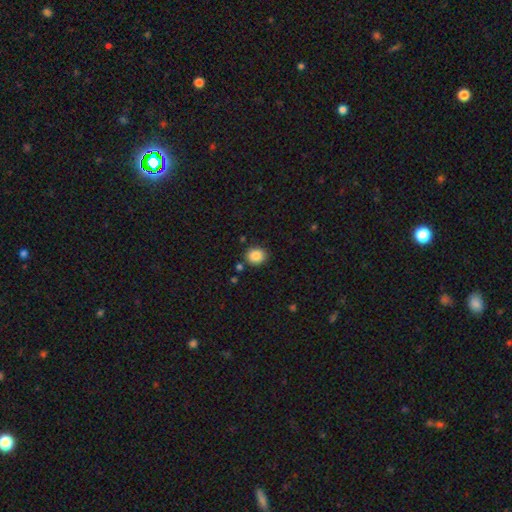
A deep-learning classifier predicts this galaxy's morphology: The model was most divided on "how rounded": round: 74%, in between: 25%, cigar-shaped: 1%. More confident: smooth or featured — smooth (87%); merging — none (85%).